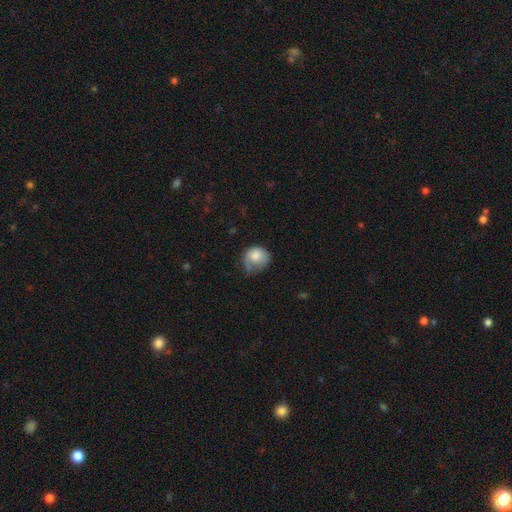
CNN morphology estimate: Smooth or featured? Predicted: smooth (p=0.72). How rounded? Predicted: round (p=0.71). Merging? Predicted: none (p=0.35, tied with minor disturbance).